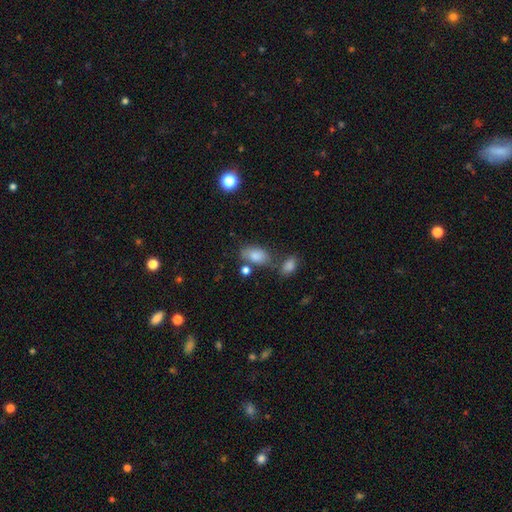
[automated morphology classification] The model was most divided on "merging": none: 58%, merger: 18%, minor disturbance: 18%, major disturbance: 6%. More confident: how rounded — in between (89%); smooth or featured — smooth (81%).